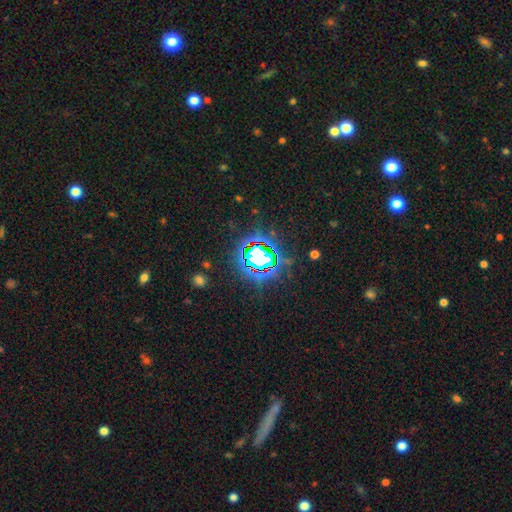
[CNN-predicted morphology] smooth-or-featured: star or artifact: 75% | smooth: 14% | featured or disk: 11%